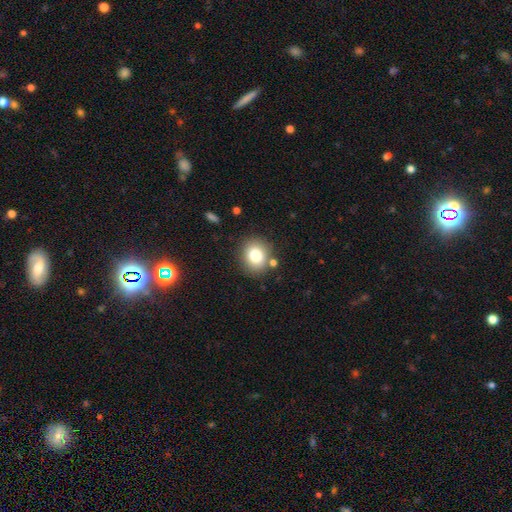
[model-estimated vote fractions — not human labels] Smooth or featured?
  - smooth: 81% *
  - star or artifact: 10%
  - featured or disk: 9%
How rounded?
  - round: 70% *
  - in between: 29%
  - cigar-shaped: 1%
Merging?
  - none: 81% *
  - minor disturbance: 10%
  - merger: 6%
  - major disturbance: 3%